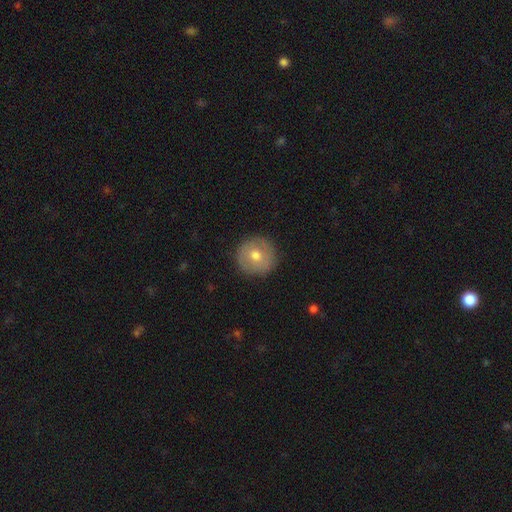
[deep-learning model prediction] The model was most divided on "smooth or featured": smooth: 64%, featured or disk: 28%, star or artifact: 8%. More confident: how rounded — round (95%); merging — none (88%).